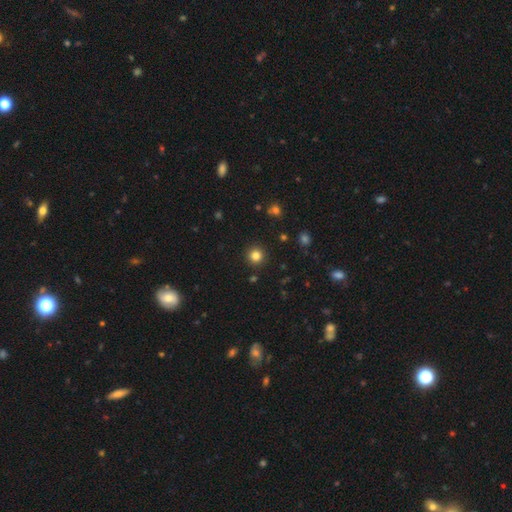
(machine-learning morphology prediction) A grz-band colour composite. It shows a smooth galaxy with no disk features (82%) that is round (95%). Merging: none (91%).